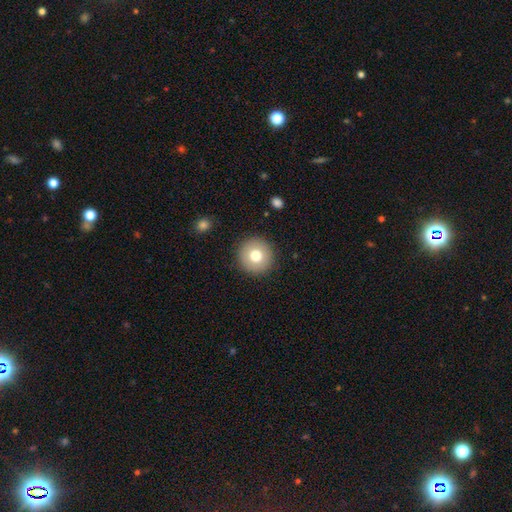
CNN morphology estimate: The model was most divided on "smooth or featured": smooth: 75%, featured or disk: 16%, star or artifact: 9%. More confident: how rounded — round (95%); merging — none (91%).